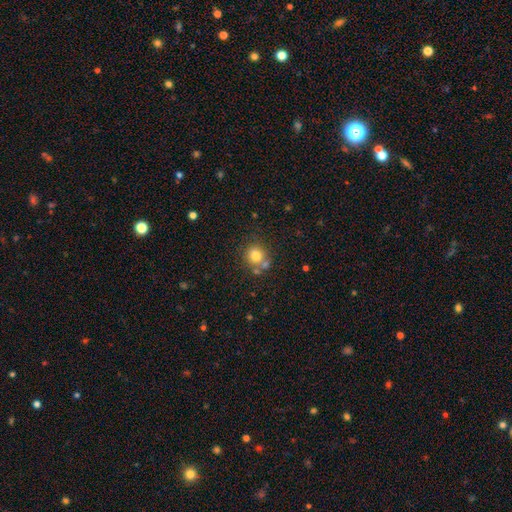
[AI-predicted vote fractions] Smooth or featured: smooth — 79% (star or artifact — 12%)
How rounded: round — 86% (in between — 13%)
Merging: none — 64% (merger — 19%)